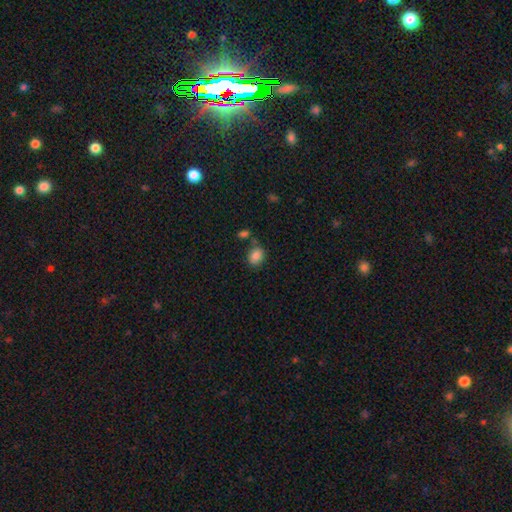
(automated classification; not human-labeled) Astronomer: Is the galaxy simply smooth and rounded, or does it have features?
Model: smooth — 85%.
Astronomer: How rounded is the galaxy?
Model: in between — 68%.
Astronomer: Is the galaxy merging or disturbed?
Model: none — 66%.